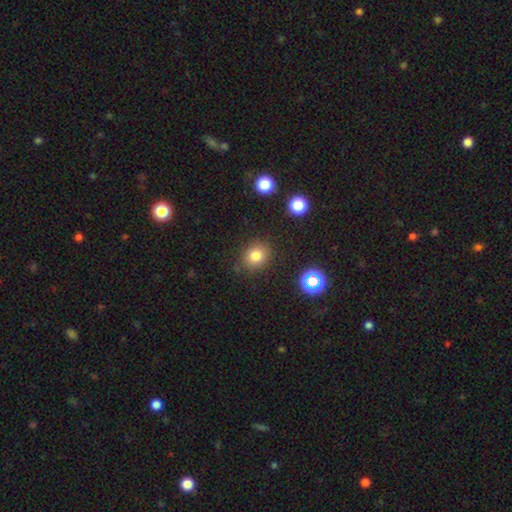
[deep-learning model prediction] The model was most divided on "how rounded": round: 67%, in between: 32%, cigar-shaped: 1%. More confident: merging — none (82%); smooth or featured — smooth (79%).